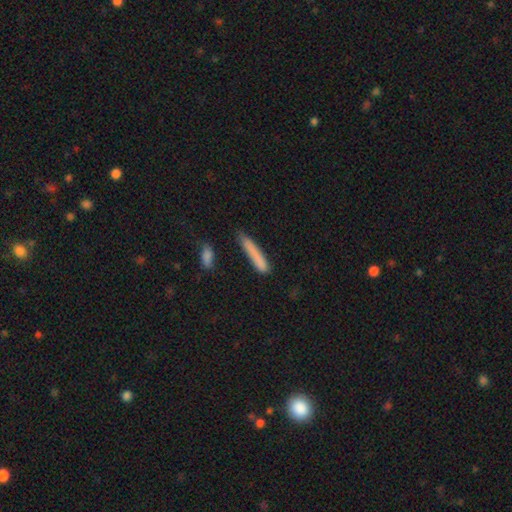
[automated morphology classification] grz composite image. It shows a smooth galaxy with no disk features (80%) that is cigar-shaped (93%). Merging: none (71%).